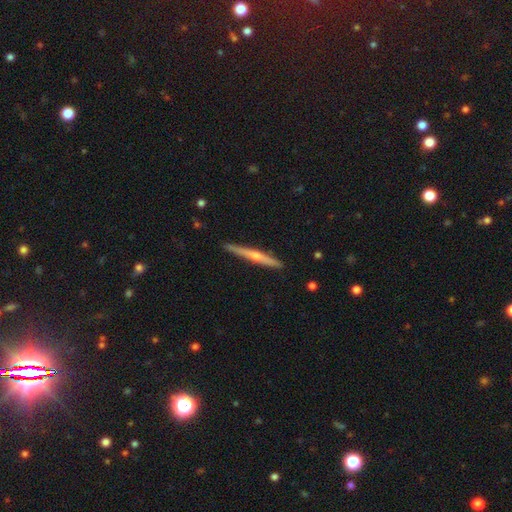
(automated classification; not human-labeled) featured or disk 70%, smooth 23%, star or artifact 7%. Down the decision tree: edge-on disk — yes (97%); edge-on bulge — rounded (77%); merging — none (89%).